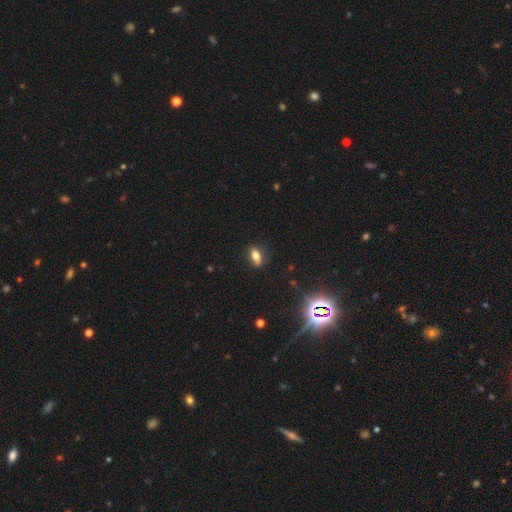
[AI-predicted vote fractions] Morphology: type=smooth (68%); roundness=in between (76%); merging=none (80%).